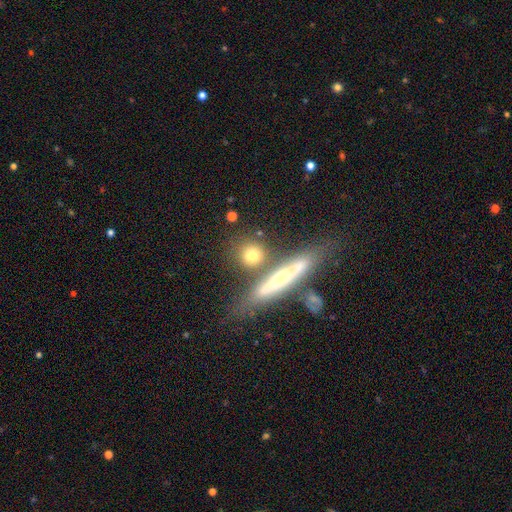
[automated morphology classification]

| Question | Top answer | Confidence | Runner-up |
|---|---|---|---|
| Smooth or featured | smooth | 66% | featured or disk (23%) |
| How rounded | round | 59% | cigar-shaped (23%) |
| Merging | none | 65% | merger (17%) |